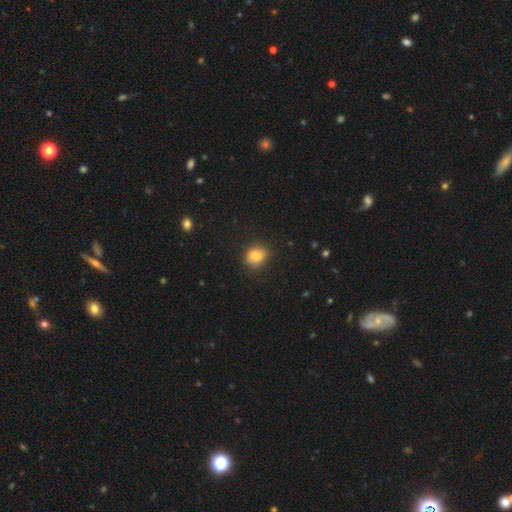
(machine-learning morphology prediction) The model was most divided on "how rounded": round: 57%, in between: 42%, cigar-shaped: 1%. More confident: smooth or featured — smooth (83%); merging — none (77%).